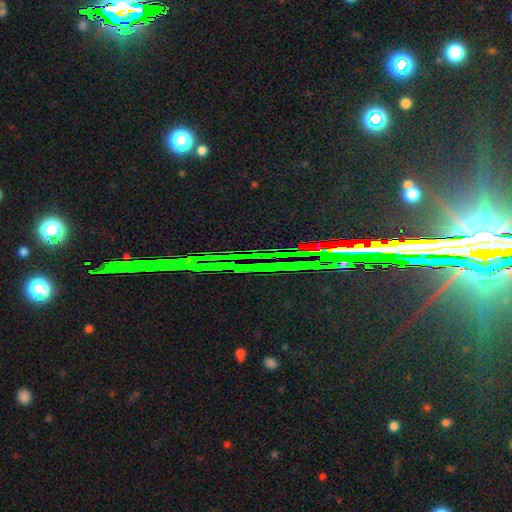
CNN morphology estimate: A star or artifact, not a galaxy (85%).

Vote fractions:
- Smooth or featured? star or artifact: 85% / featured or disk: 8% / smooth: 7%